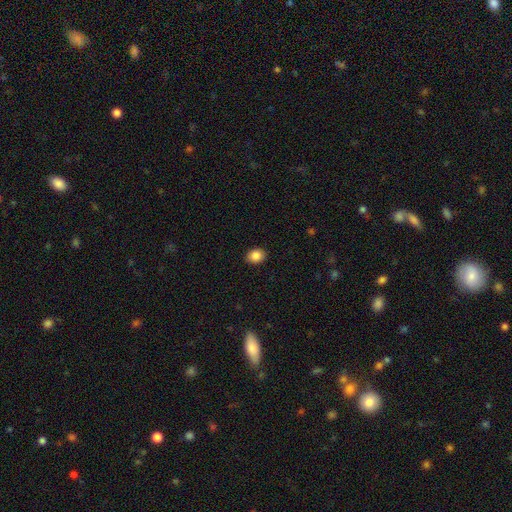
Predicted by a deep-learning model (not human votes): A smooth galaxy with no disk features (86%) that is in between round and cigar-shaped (58%).

Vote fractions:
- Smooth or featured? smooth: 86% / star or artifact: 9% / featured or disk: 5%
- How rounded? in between: 58% / round: 41% / cigar-shaped: 1%
- Merging? none: 90% / minor disturbance: 7% / major disturbance: 2% / merger: 1%